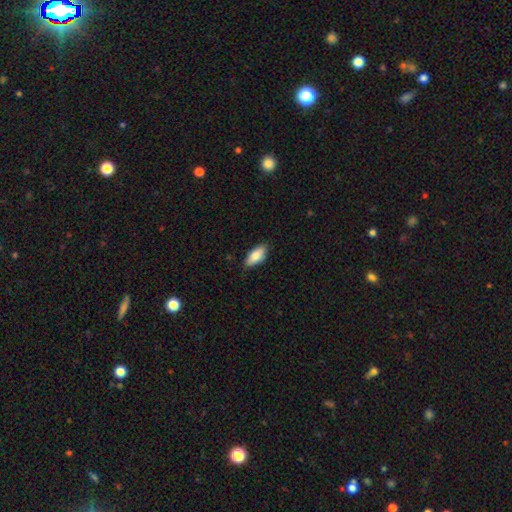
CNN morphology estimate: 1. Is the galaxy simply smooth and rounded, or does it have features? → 84% smooth, 10% featured or disk, 6% star or artifact.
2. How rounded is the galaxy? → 85% in between, 13% cigar-shaped, 2% round.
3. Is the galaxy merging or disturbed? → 82% none, 15% minor disturbance, 2% major disturbance, 1% merger.